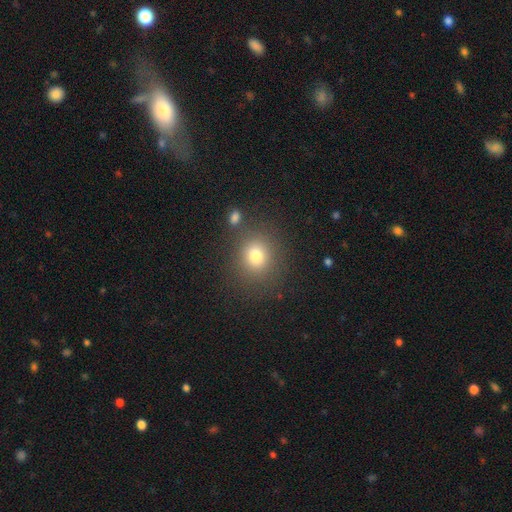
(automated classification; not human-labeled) This is likely a smooth galaxy (77%). How rounded: likely round (78%). Merging: likely none (80%).